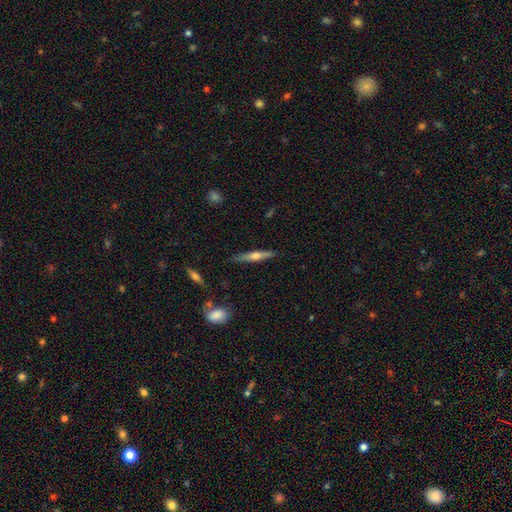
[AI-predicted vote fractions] featured or disk 58%, smooth 36%, star or artifact 6%. Down the decision tree: edge-on disk — yes (97%); edge-on bulge — rounded (88%); merging — none (87%).